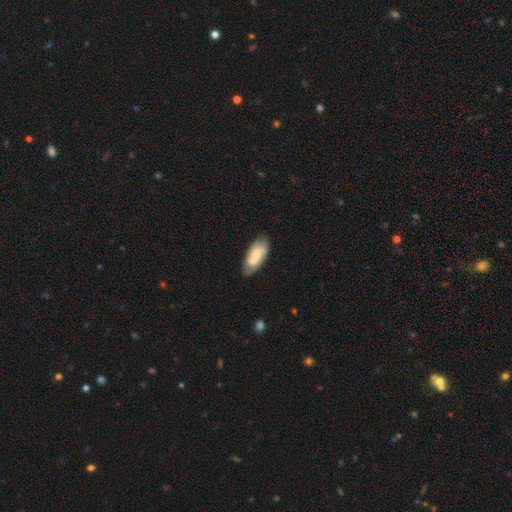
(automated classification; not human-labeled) Q: Smooth or featured?
A: smooth (51%); runner-up: featured or disk (42%)
Q: How rounded?
A: in between (86%); runner-up: cigar-shaped (11%)
Q: Merging?
A: none (65%); runner-up: minor disturbance (25%)